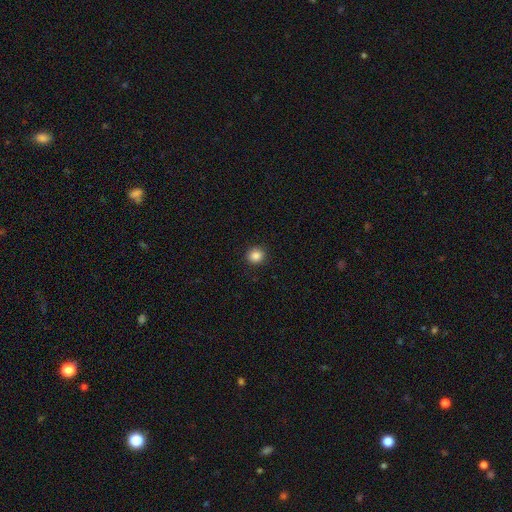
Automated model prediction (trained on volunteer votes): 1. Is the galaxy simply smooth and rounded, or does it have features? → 87% smooth, 10% star or artifact, 3% featured or disk.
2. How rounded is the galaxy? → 91% round, 8% in between, 1% cigar-shaped.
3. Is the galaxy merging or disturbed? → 92% none, 5% minor disturbance, 2% major disturbance, 1% merger.